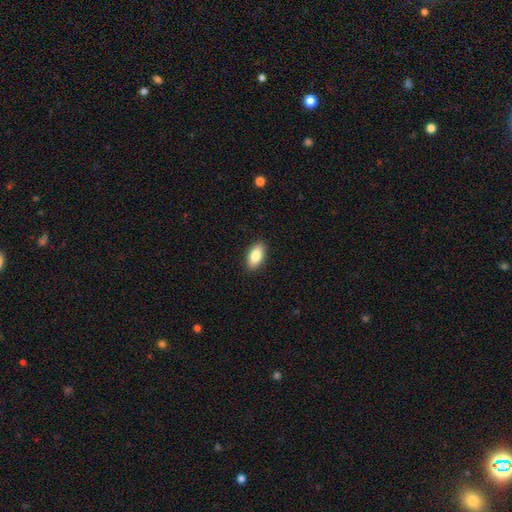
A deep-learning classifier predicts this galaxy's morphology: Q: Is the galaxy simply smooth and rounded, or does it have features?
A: smooth — 86%.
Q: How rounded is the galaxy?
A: in between — 92%.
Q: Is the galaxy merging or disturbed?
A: none — 90%.